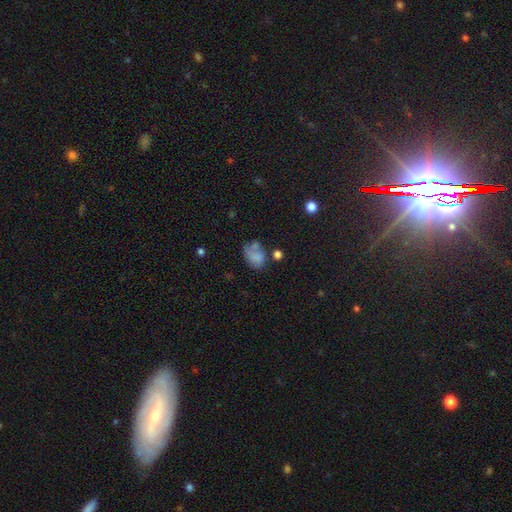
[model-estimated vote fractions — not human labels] A smooth galaxy with no disk features (69%) that is in between round and cigar-shaped (71%). Merging: none (34%).